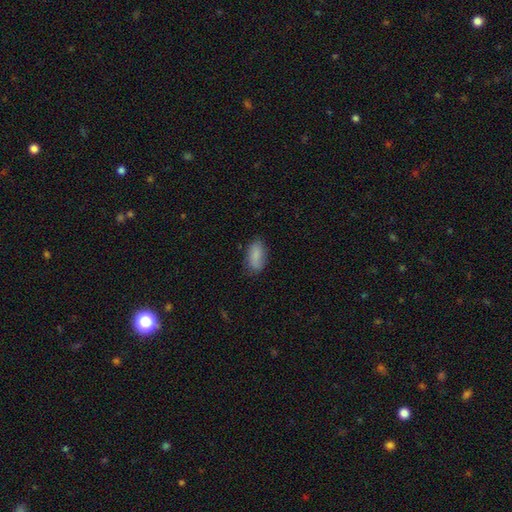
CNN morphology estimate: A smooth galaxy with no disk features (85%) that is in between round and cigar-shaped (91%). Merging: none (77%).